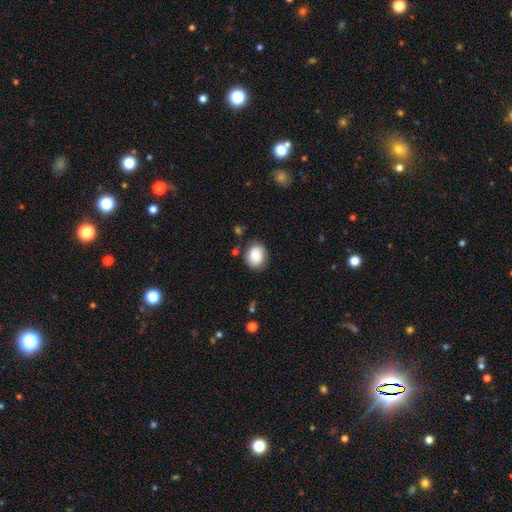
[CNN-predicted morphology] smooth 82%, featured or disk 10%, star or artifact 8%. Down the decision tree: how rounded — round (56%); merging — none (75%).